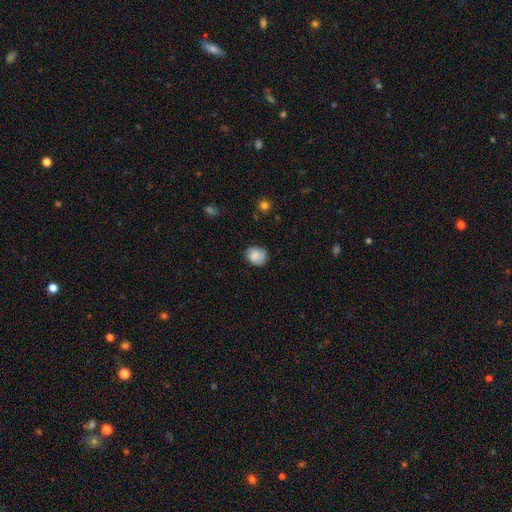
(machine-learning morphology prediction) type=smooth (82%); roundness=round (64%); merging=none (75%).